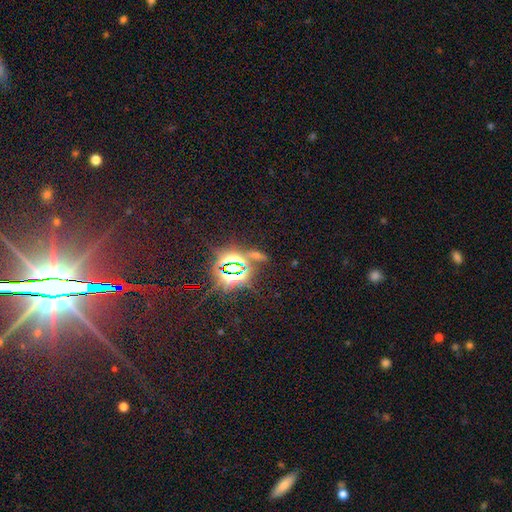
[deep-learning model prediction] Smooth or featured? Predicted: star or artifact (p=0.75).